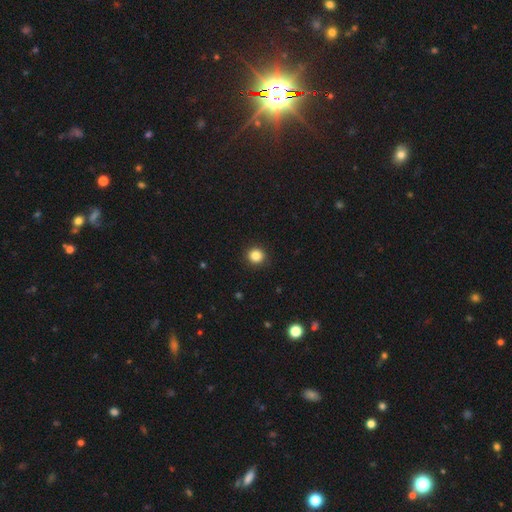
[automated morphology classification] The model was most divided on "smooth or featured": smooth: 85%, star or artifact: 11%, featured or disk: 4%. More confident: how rounded — round (92%); merging — none (92%).